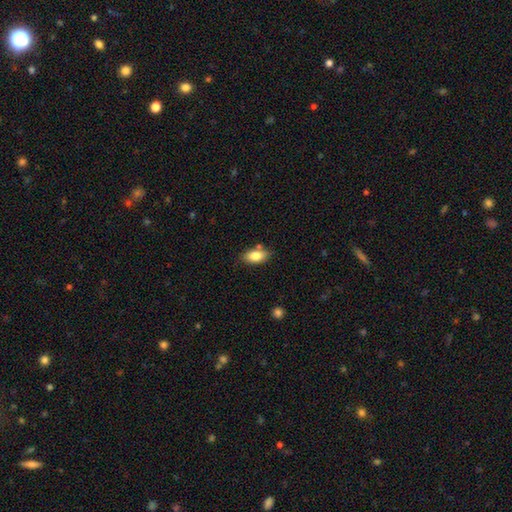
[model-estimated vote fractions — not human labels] Q: Smooth or featured?
A: smooth (81%); runner-up: featured or disk (11%)
Q: How rounded?
A: in between (90%); runner-up: cigar-shaped (6%)
Q: Merging?
A: none (76%); runner-up: minor disturbance (15%)